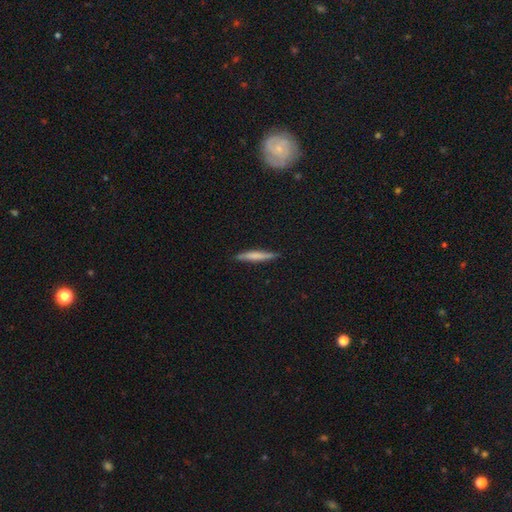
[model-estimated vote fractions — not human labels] Q: Smooth or featured?
A: smooth (60%); runner-up: featured or disk (34%)
Q: How rounded?
A: cigar-shaped (94%); runner-up: in between (5%)
Q: Merging?
A: none (86%); runner-up: minor disturbance (11%)